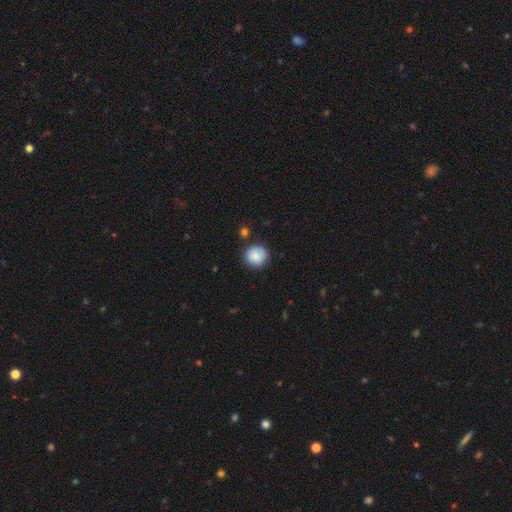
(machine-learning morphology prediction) Q: Smooth or featured?
A: smooth (84%); runner-up: star or artifact (8%)
Q: How rounded?
A: round (90%); runner-up: in between (9%)
Q: Merging?
A: none (84%); runner-up: minor disturbance (11%)